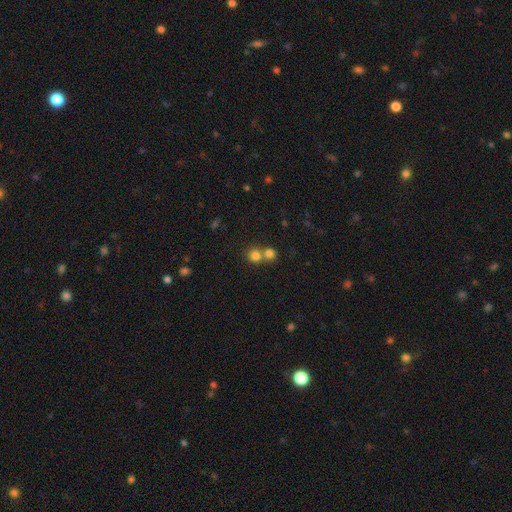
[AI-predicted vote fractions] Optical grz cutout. It shows a smooth galaxy with no disk features (78%) that is round (88%). Merging: none (48%).